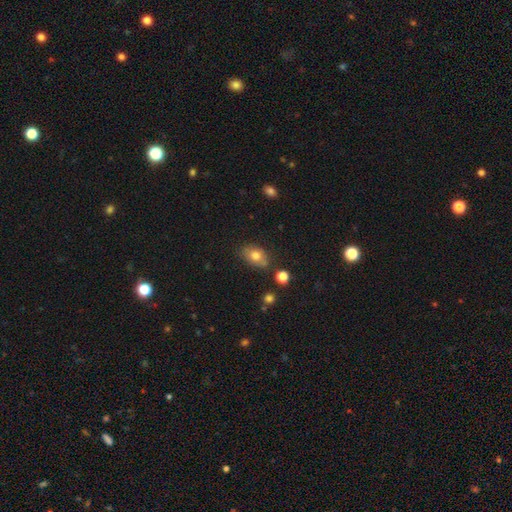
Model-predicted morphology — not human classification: Q: Smooth or featured?
A: smooth (76%); runner-up: featured or disk (15%)
Q: How rounded?
A: in between (80%); runner-up: round (19%)
Q: Merging?
A: none (70%); runner-up: minor disturbance (20%)